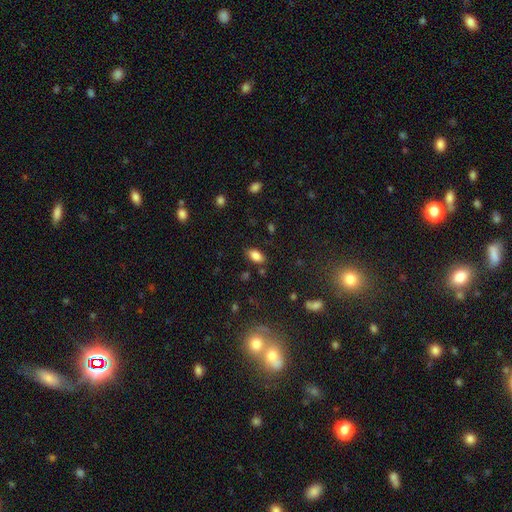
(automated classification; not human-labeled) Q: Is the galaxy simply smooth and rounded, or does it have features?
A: smooth — 84%.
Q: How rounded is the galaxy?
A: in between — 91%.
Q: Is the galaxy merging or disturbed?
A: none — 83%.